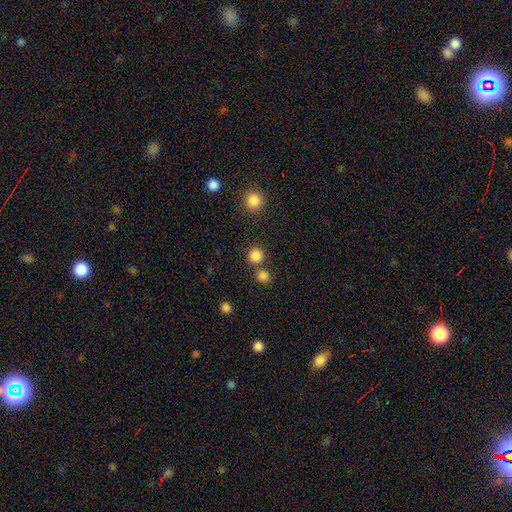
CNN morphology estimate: The model was most divided on "merging": none: 76%, merger: 15%, minor disturbance: 6%, major disturbance: 3%. More confident: how rounded — round (92%); smooth or featured — smooth (83%).